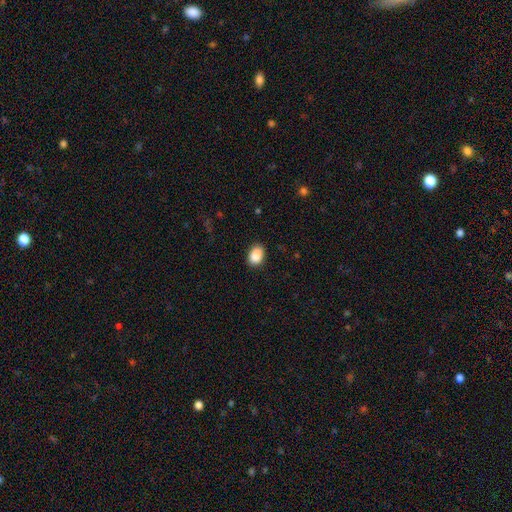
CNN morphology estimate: Smooth or featured? Predicted: smooth (p=0.89). How rounded? Predicted: in between (p=0.83). Merging? Predicted: none (p=0.82).